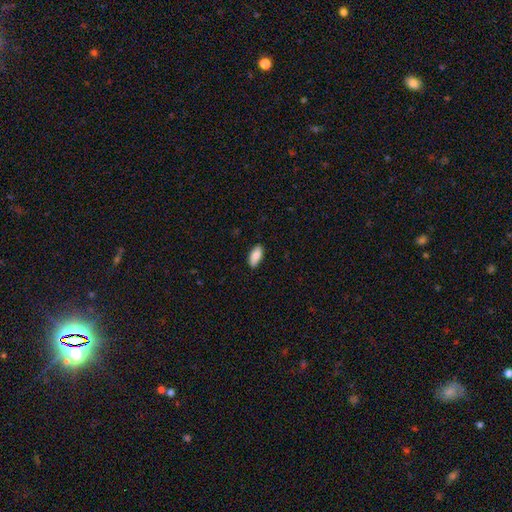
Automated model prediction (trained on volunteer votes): Smooth or featured?
  - smooth: 86% *
  - featured or disk: 8%
  - star or artifact: 6%
How rounded?
  - in between: 89% *
  - cigar-shaped: 9%
  - round: 2%
Merging?
  - none: 87% *
  - minor disturbance: 10%
  - major disturbance: 2%
  - merger: 1%